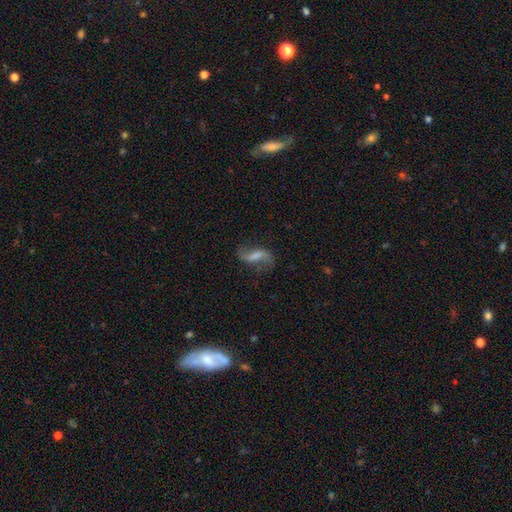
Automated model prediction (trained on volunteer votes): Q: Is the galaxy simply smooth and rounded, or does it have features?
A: featured or disk — 72%.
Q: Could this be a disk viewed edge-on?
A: no — 95%.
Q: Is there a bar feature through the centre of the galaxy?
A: weak — 45%.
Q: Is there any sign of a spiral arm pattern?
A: yes — 92%.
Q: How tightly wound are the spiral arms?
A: loose — 86%.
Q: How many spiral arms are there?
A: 2 — 91%.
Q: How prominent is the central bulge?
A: none — 43%.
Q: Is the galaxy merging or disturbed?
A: none — 72%.